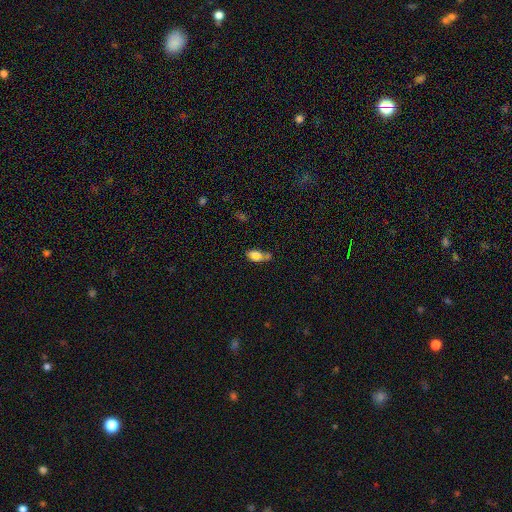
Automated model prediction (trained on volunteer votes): Smooth or featured: smooth — 60% (featured or disk — 23%)
How rounded: in between — 84% (cigar-shaped — 9%)
Merging: none — 45% (minor disturbance — 28%)